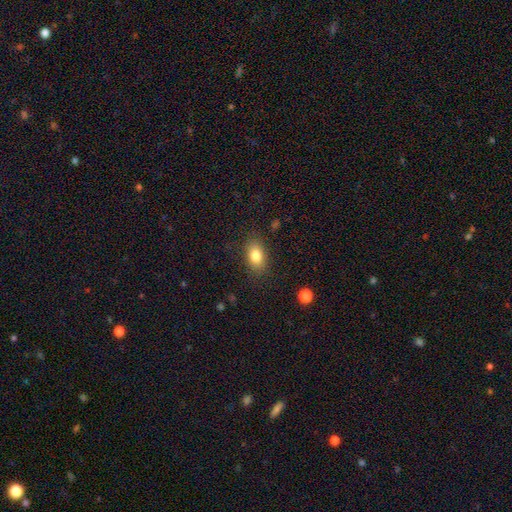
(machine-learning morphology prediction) Overall: smooth (82%). How rounded: in between (85%). Merging: none (85%).